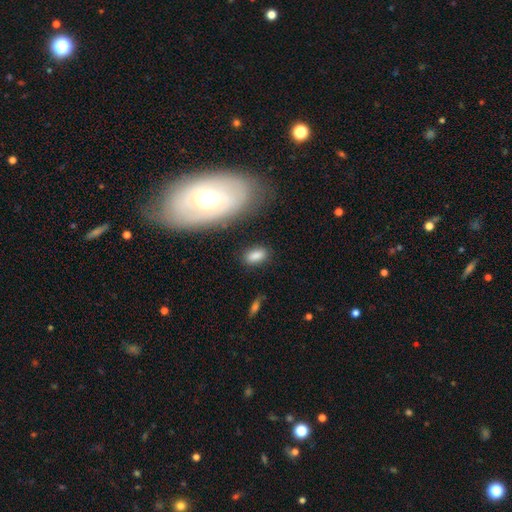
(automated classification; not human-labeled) Smooth or featured? Predicted: smooth (p=0.84). How rounded? Predicted: in between (p=0.90). Merging? Predicted: none (p=0.82).